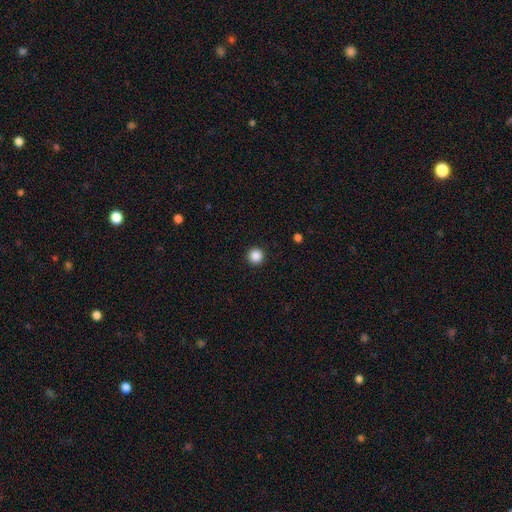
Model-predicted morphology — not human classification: smooth-or-featured: smooth: 87% | star or artifact: 10% | featured or disk: 2%
  how-rounded: round: 96% | in between: 3% | cigar-shaped: 1%
  merging: none: 93% | minor disturbance: 4% | major disturbance: 2% | merger: 1%